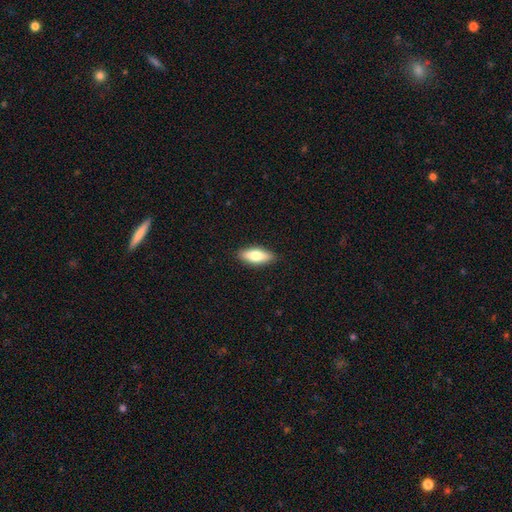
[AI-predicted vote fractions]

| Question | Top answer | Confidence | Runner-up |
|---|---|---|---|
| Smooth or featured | smooth | 72% | featured or disk (22%) |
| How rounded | in between | 71% | cigar-shaped (27%) |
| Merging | none | 88% | minor disturbance (9%) |